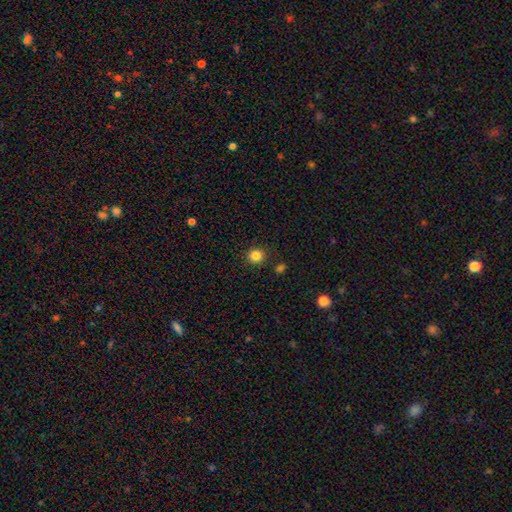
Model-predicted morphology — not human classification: Smooth or featured? Predicted: smooth (p=0.84). How rounded? Predicted: round (p=0.92). Merging? Predicted: none (p=0.89).